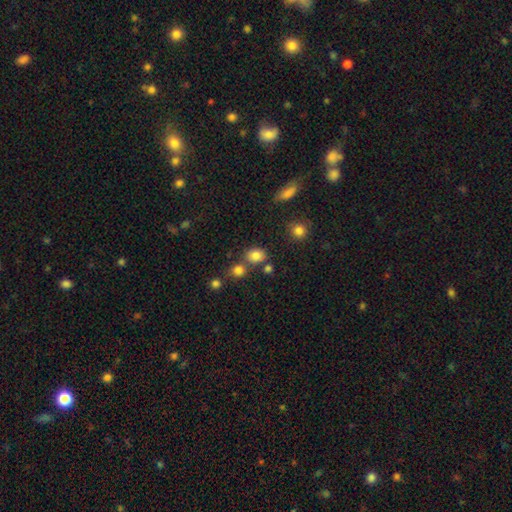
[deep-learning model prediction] Morphology: type=smooth (80%); roundness=round (60%); merging=none (68%).